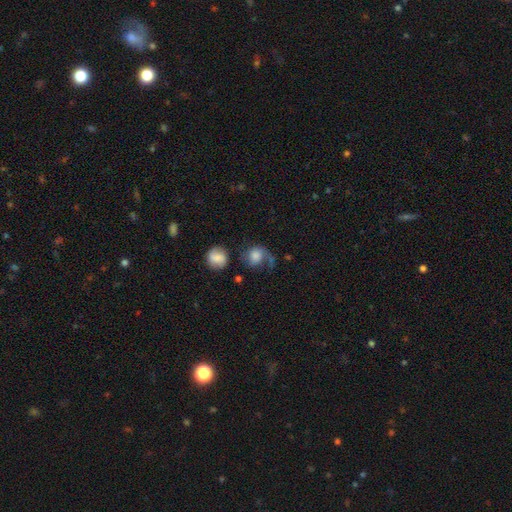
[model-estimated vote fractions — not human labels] smooth-or-featured: smooth: 62% | featured or disk: 29% | star or artifact: 9%
  how-rounded: round: 74% | in between: 25% | cigar-shaped: 1%
  merging: none: 39% | major disturbance: 30% | minor disturbance: 22% | merger: 9%